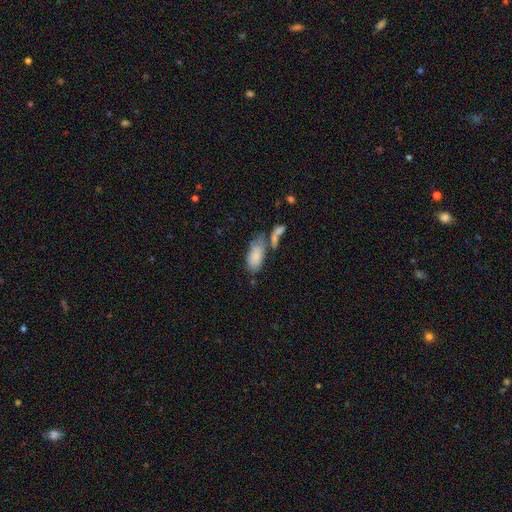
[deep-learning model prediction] smooth 82%, featured or disk 11%, star or artifact 7%. Down the decision tree: how rounded — in between (91%); merging — none (43%).